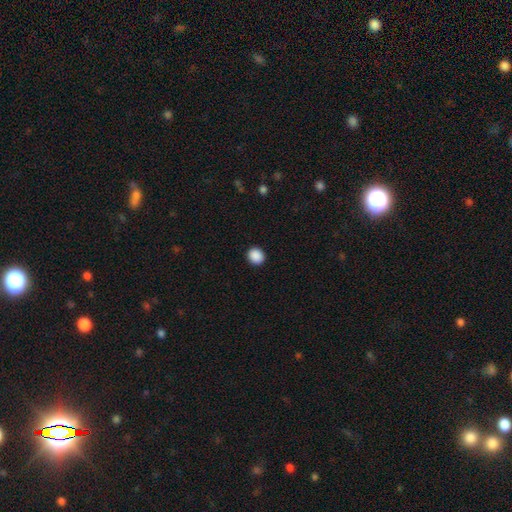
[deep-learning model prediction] The model was most divided on "how rounded": round: 82%, in between: 17%, cigar-shaped: 1%. More confident: merging — none (92%); smooth or featured — smooth (89%).